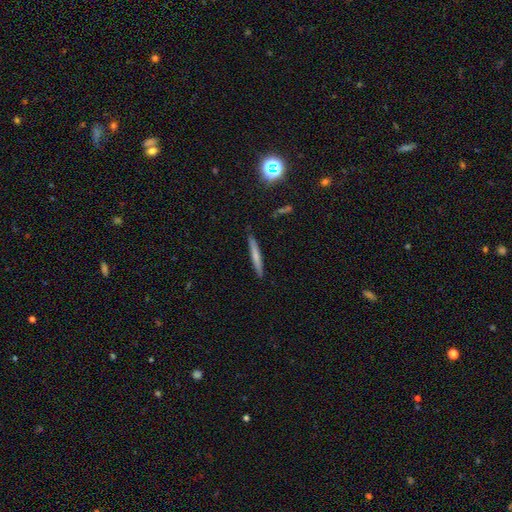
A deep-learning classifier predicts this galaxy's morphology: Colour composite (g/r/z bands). It shows a smooth galaxy with no disk features (63%) that is cigar-shaped (96%). Merging: none (88%).